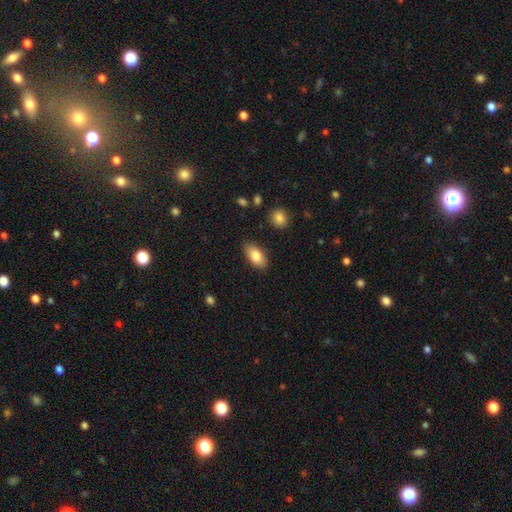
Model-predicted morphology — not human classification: Overall: smooth (82%). How rounded: in between (91%). Merging: none (86%).